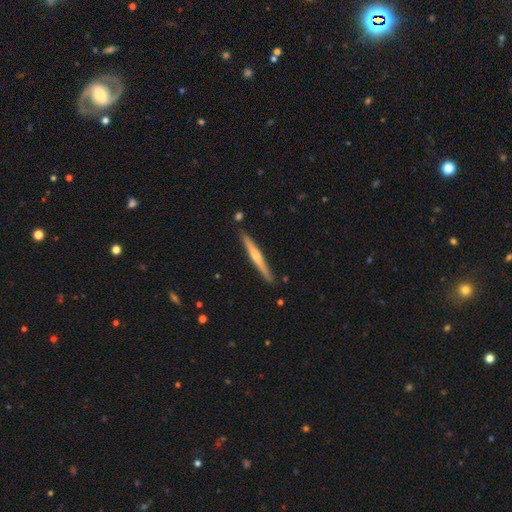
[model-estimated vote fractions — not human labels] featured or disk 55%, smooth 40%, star or artifact 5%. Down the decision tree: edge-on disk — yes (97%); edge-on bulge — rounded (60%); merging — none (88%).